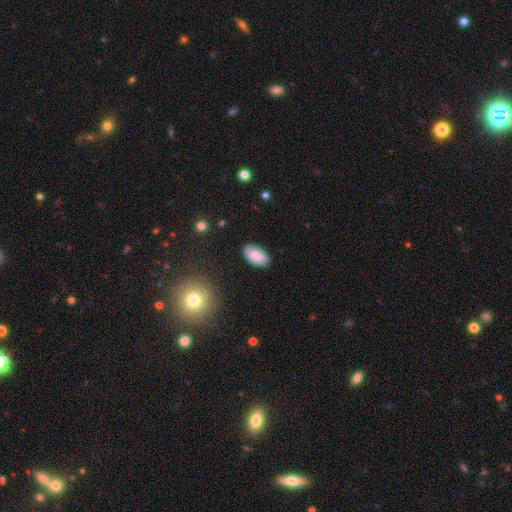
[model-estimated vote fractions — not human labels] Morphology: type=smooth (83%); roundness=in between (95%); merging=none (86%).